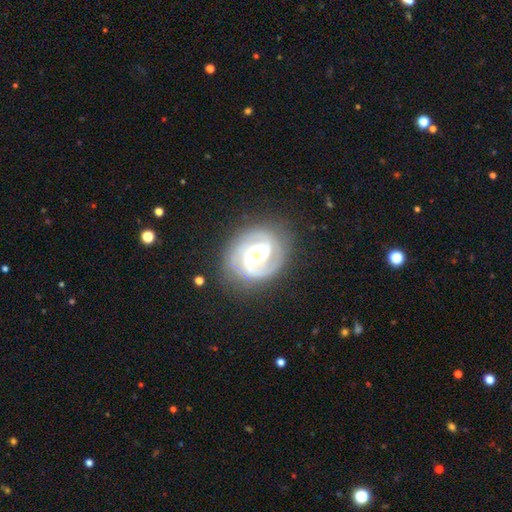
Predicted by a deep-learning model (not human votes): A featured or disk galaxy (88%) with no bar (43%), 2 (64%) tight (57%) spiral arms (98%) and a small central bulge (58%). Merging: none (78%).